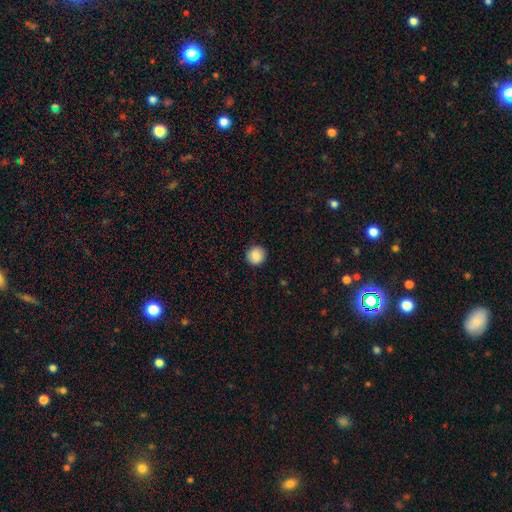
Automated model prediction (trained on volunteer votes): The model was most divided on "smooth or featured": smooth: 87%, star or artifact: 8%, featured or disk: 5%. More confident: how rounded — round (92%); merging — none (91%).